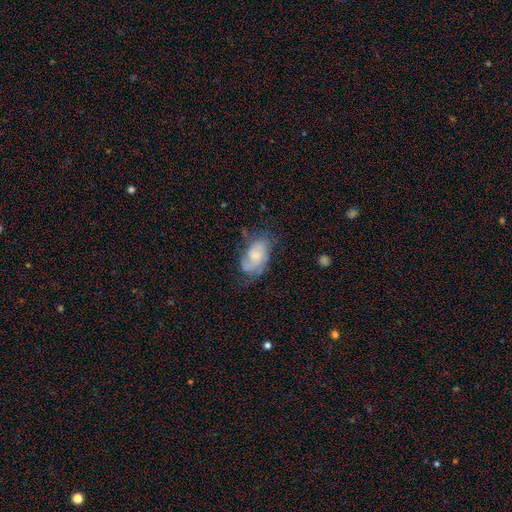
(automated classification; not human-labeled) Morphology: type=featured or disk (58%); edge-on=no (96%); bar=no (69%); spiral arms=yes (83%); bulge=small (41%); merging=none (52%).